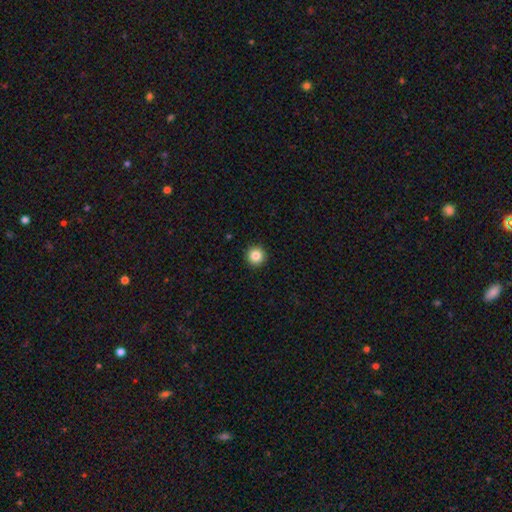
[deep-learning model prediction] Smooth or featured: smooth — 85% (star or artifact — 10%)
How rounded: round — 96% (in between — 3%)
Merging: none — 94% (minor disturbance — 4%)